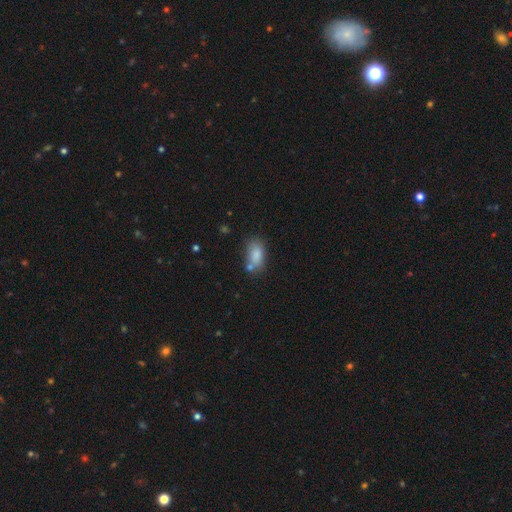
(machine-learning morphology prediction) type=smooth (83%); roundness=in between (88%); merging=none (55%).